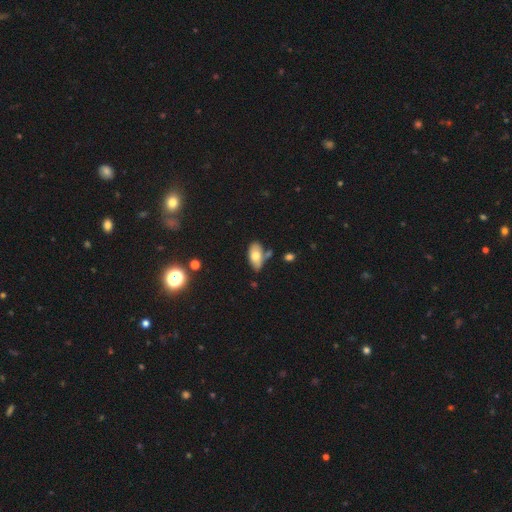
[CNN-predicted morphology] This is likely a smooth galaxy (72%). How rounded: clearly in between (92%). Merging: likely none (62%).